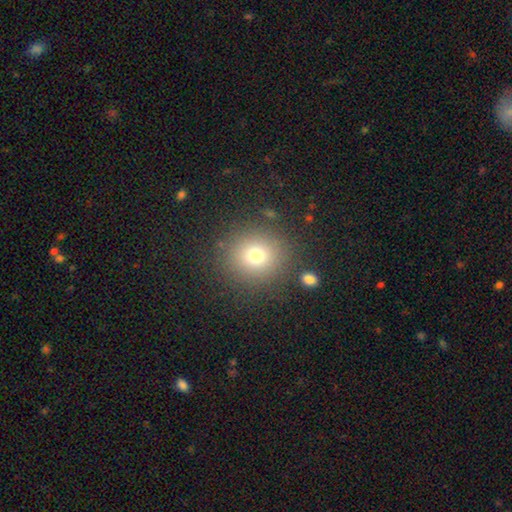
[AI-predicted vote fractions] smooth_or_featured: smooth (p=0.74) [alt: star or artifact p=0.16]
how_rounded: round (p=0.90) [alt: in between p=0.09]
merging: none (p=0.85) [alt: minor disturbance p=0.08]